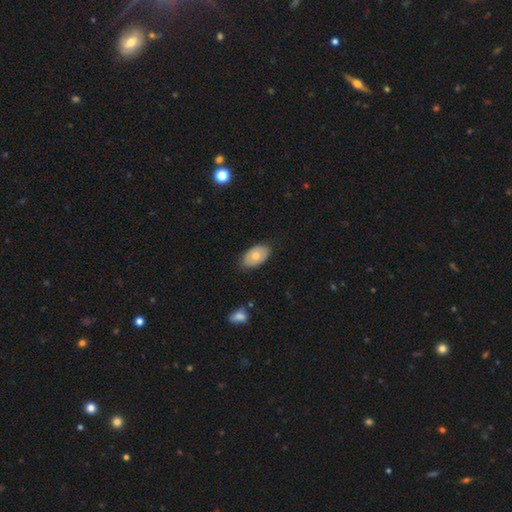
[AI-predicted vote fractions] smooth-or-featured: smooth: 71% | featured or disk: 22% | star or artifact: 7%
  how-rounded: in between: 92% | round: 7% | cigar-shaped: 1%
  merging: none: 82% | minor disturbance: 14% | major disturbance: 3% | merger: 1%